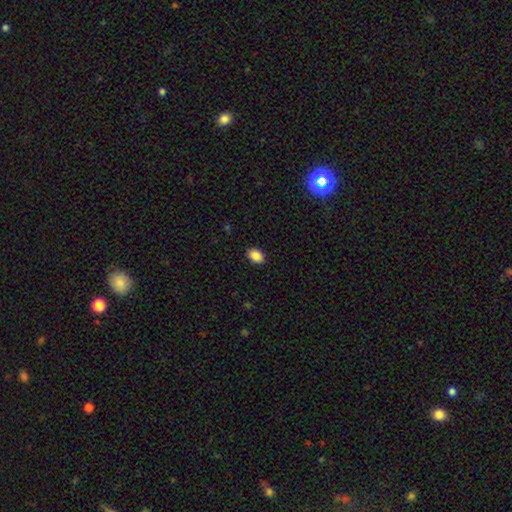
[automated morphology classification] The model was most divided on "how rounded": in between: 82%, round: 17%, cigar-shaped: 1%. More confident: merging — none (90%); smooth or featured — smooth (88%).